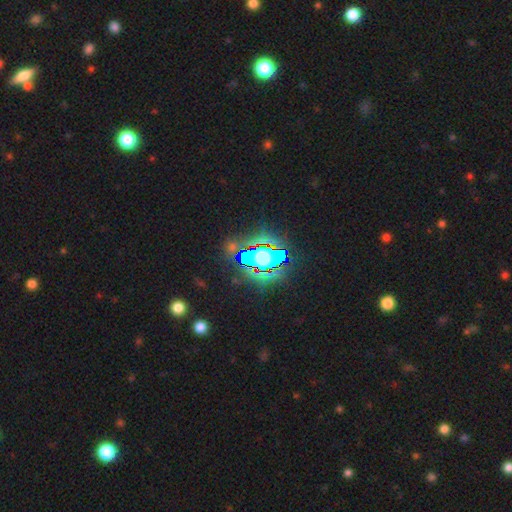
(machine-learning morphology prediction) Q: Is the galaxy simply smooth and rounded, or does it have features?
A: star or artifact — 65%.